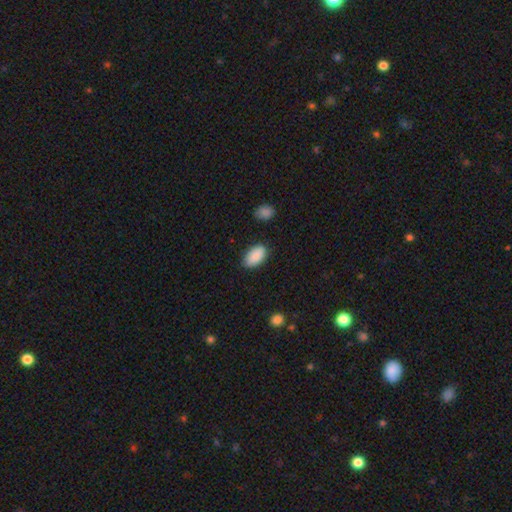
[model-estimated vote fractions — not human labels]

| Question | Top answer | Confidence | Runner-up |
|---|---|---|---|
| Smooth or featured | smooth | 90% | star or artifact (7%) |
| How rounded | in between | 94% | round (4%) |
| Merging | none | 81% | minor disturbance (14%) |